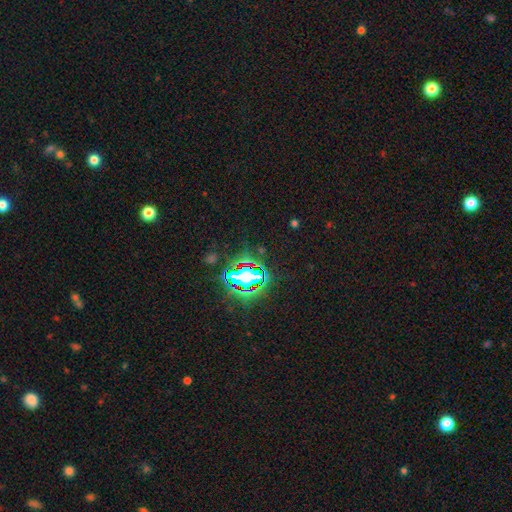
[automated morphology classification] star or artifact 81%, smooth 11%, featured or disk 8%.